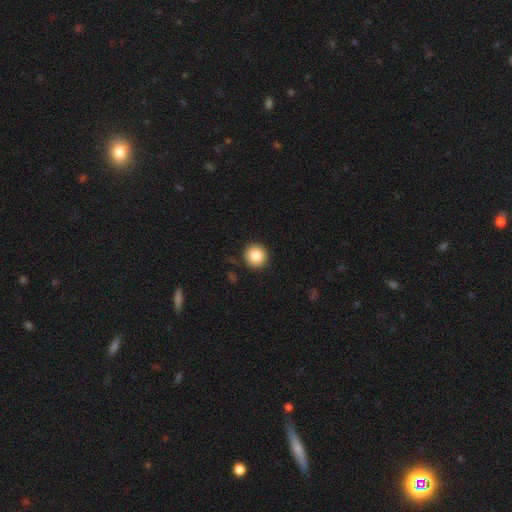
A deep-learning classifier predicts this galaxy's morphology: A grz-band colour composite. It shows a smooth galaxy with no disk features (86%) that is round (95%). Merging: none (89%).